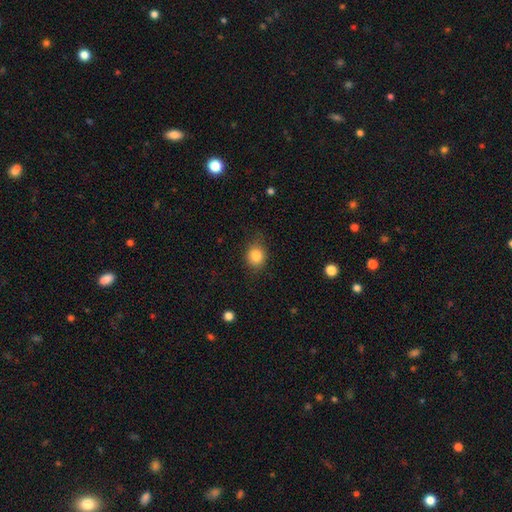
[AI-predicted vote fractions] Q: Smooth or featured?
A: smooth (84%); runner-up: star or artifact (10%)
Q: How rounded?
A: round (68%); runner-up: in between (31%)
Q: Merging?
A: none (78%); runner-up: minor disturbance (16%)